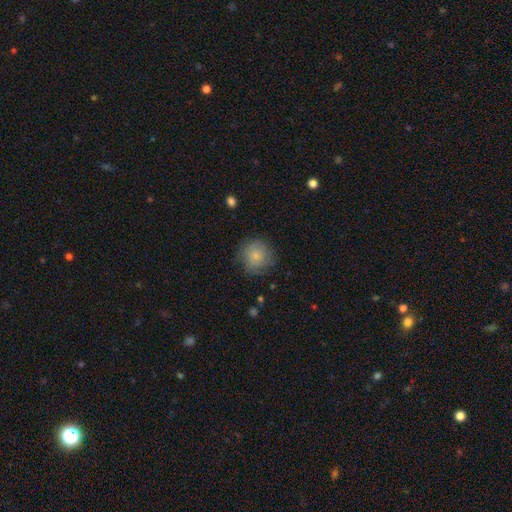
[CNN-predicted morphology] Smooth or featured? Predicted: smooth (p=0.76). How rounded? Predicted: round (p=0.91). Merging? Predicted: none (p=0.76).